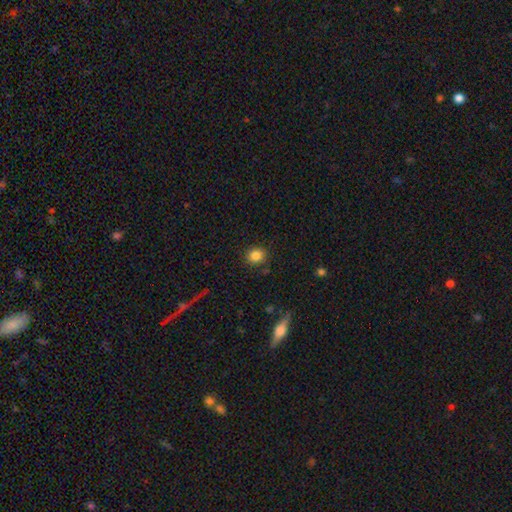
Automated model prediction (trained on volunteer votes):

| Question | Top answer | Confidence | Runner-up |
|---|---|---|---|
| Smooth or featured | smooth | 85% | star or artifact (10%) |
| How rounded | round | 71% | in between (28%) |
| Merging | none | 85% | minor disturbance (10%) |